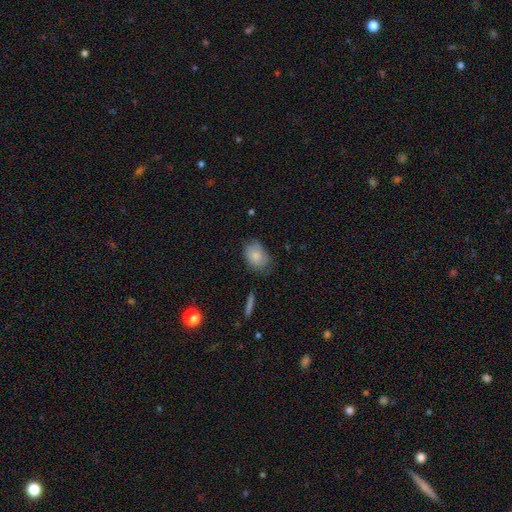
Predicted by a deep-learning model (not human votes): This appears to be a smooth galaxy with no disk features (79%) that is in between round and cigar-shaped (73%). Merging: none (64%).